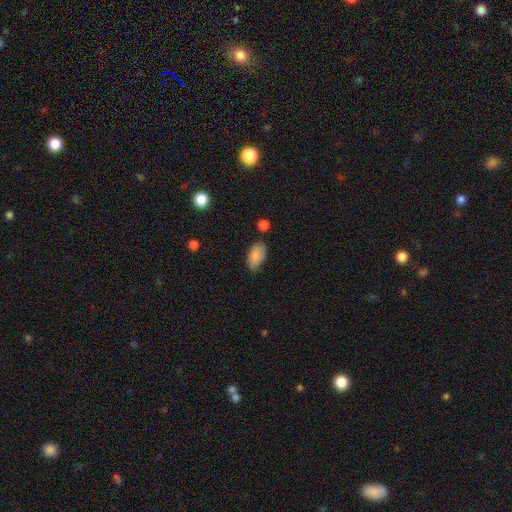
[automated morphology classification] Smooth or featured? Predicted: smooth (p=0.84). How rounded? Predicted: in between (p=0.94). Merging? Predicted: none (p=0.62).